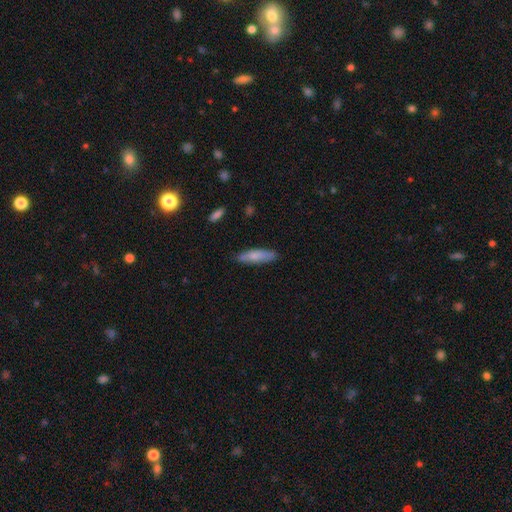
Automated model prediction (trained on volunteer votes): This appears to be a smooth galaxy with no disk features (75%) that is cigar-shaped (63%). Merging: none (81%).